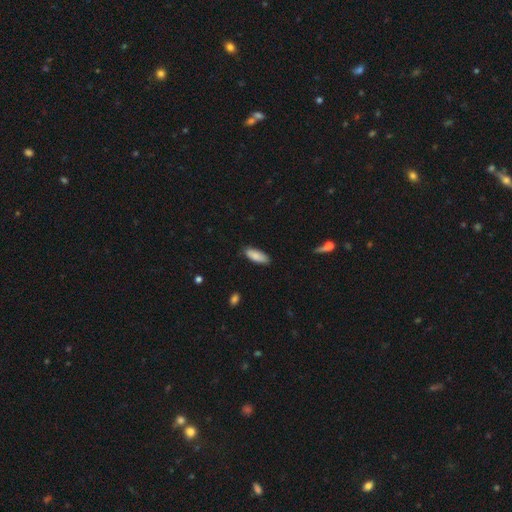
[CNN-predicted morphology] Q: Smooth or featured?
A: smooth (85%); runner-up: featured or disk (9%)
Q: How rounded?
A: in between (72%); runner-up: cigar-shaped (26%)
Q: Merging?
A: none (83%); runner-up: minor disturbance (14%)